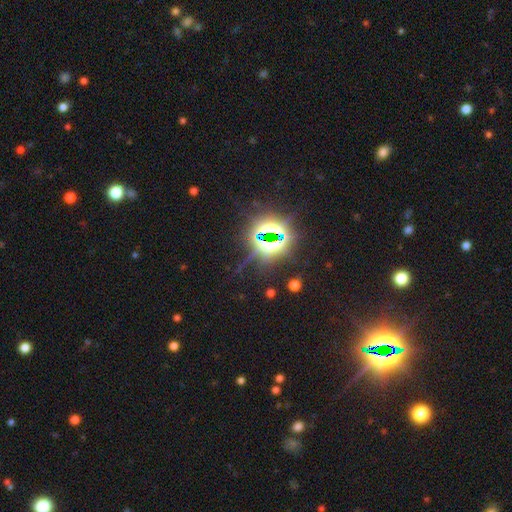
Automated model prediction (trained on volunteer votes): A star or artifact, not a galaxy (84%).